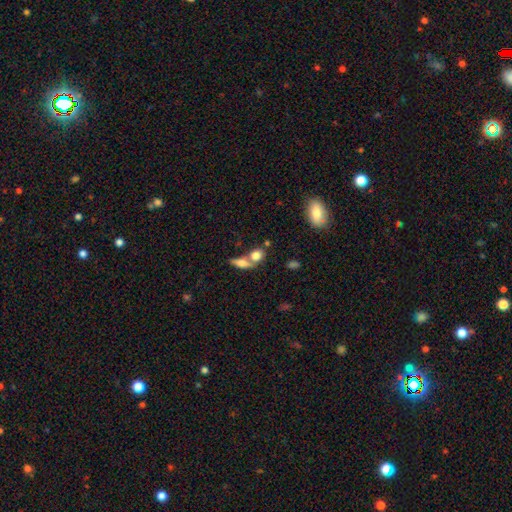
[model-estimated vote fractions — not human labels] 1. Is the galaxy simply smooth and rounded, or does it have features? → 75% smooth, 16% featured or disk, 10% star or artifact.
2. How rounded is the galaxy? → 52% in between, 39% round, 9% cigar-shaped.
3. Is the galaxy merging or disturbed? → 50% merger, 37% none, 9% minor disturbance, 5% major disturbance.